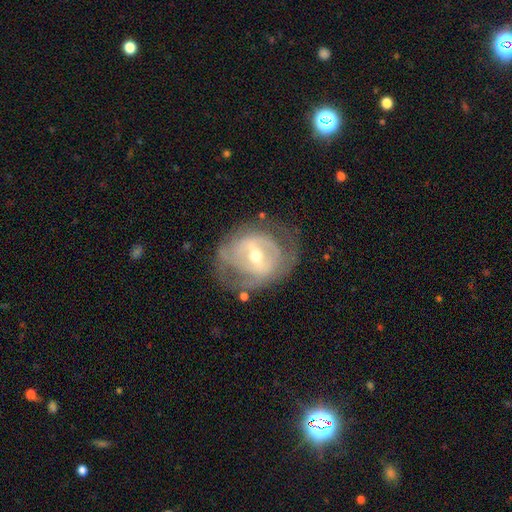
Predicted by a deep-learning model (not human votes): Overall: featured or disk (78%). Edge-on disk: no (95%). Bar: strong (43%; weak 40%). Spiral arms: yes (65%; no 35%). Bulge size: moderate (53%; small 43%). Merging: none (60%; minor disturbance 21%).